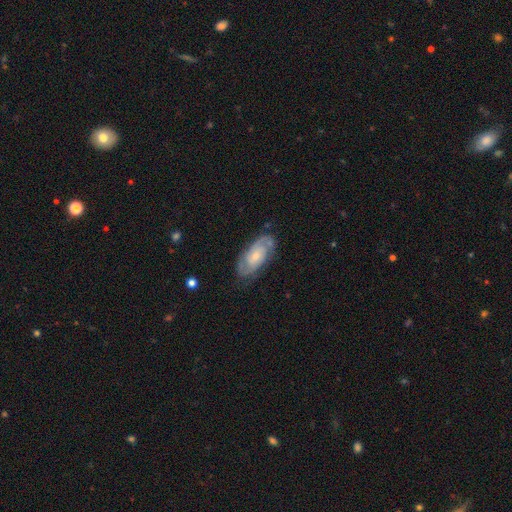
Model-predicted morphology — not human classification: Smooth or featured? featured or disk (77%)
Edge-on disk? no (94%)
Bar? no (67%)
Spiral arms? yes (93%)
Spiral winding? tight (56%)
Spiral arm count? 2 (69%)
Bulge size? small (60%)
Merging? none (76%)